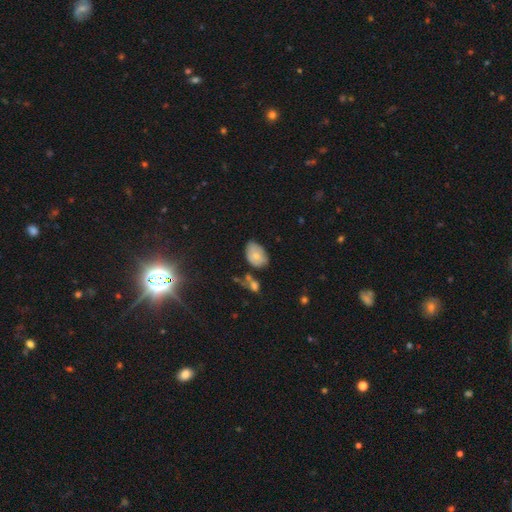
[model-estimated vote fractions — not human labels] Overall: smooth (70%). How rounded: in between (84%). Merging: none (47%; minor disturbance 34%).